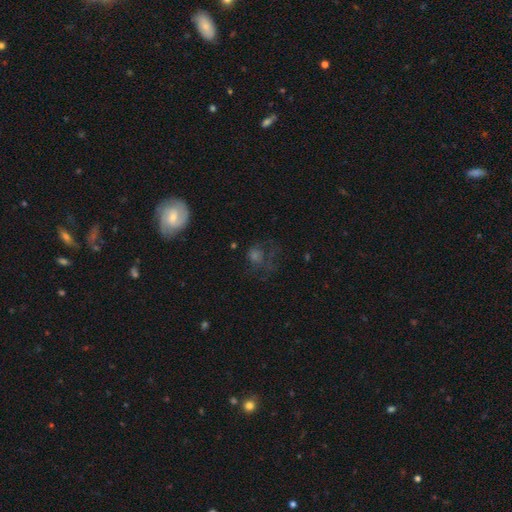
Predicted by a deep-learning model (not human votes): Smooth or featured: smooth — 38% (tied with featured or disk — 38%)
Merging: none — 57% (major disturbance — 21%)